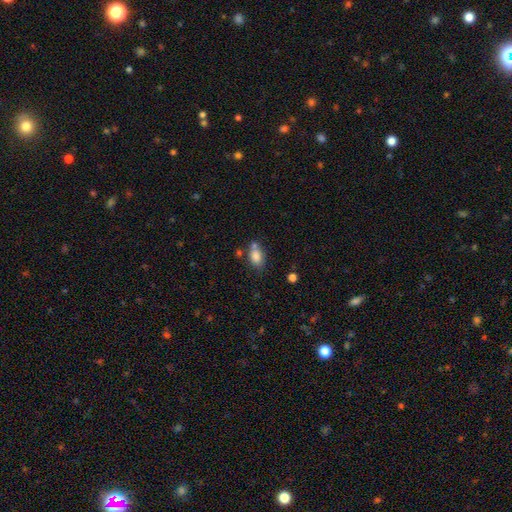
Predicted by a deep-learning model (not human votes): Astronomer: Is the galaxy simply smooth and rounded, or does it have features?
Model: smooth — 82%.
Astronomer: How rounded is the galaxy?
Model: in between — 78%.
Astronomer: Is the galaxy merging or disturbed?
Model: none — 52%.